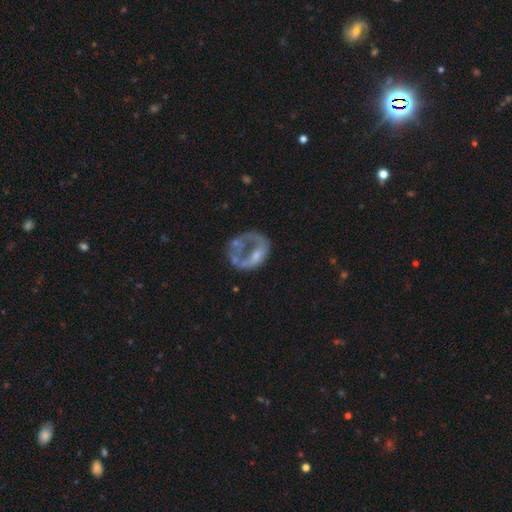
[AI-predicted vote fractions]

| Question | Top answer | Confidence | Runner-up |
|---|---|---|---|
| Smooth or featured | featured or disk | 60% | smooth (26%) |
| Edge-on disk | no | 98% | yes (2%) |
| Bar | no | 87% | weak (10%) |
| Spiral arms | no | 85% | yes (15%) |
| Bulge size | none | 52% | small (26%) |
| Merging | major disturbance | 41% | none (31%) |